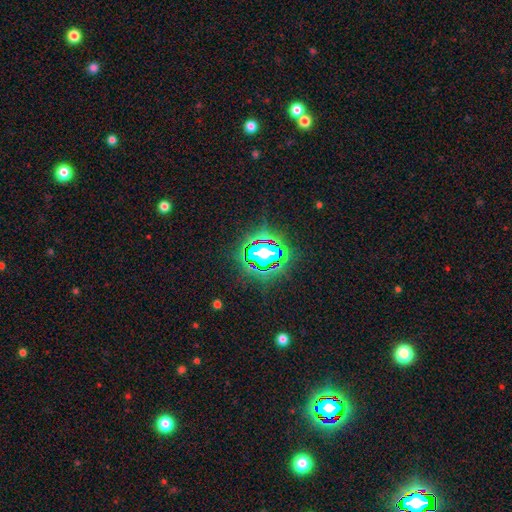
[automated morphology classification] star or artifact 80%, smooth 12%, featured or disk 8%.